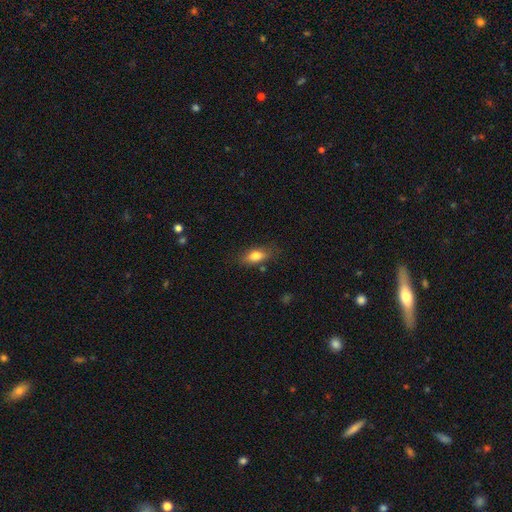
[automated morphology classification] Smooth or featured? smooth (79%)
How rounded? in between (83%)
Merging? none (78%)